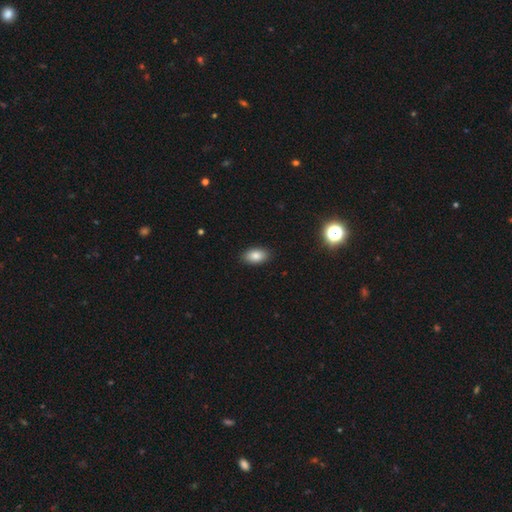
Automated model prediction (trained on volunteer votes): smooth_or_featured: smooth (p=0.85) [alt: star or artifact p=0.08]
how_rounded: in between (p=0.92) [alt: round p=0.06]
merging: none (p=0.88) [alt: minor disturbance p=0.09]